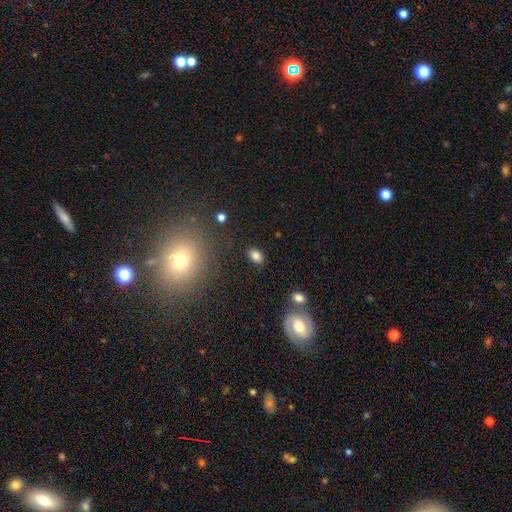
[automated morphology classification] Smooth or featured? smooth (83%)
How rounded? in between (82%)
Merging? none (84%)